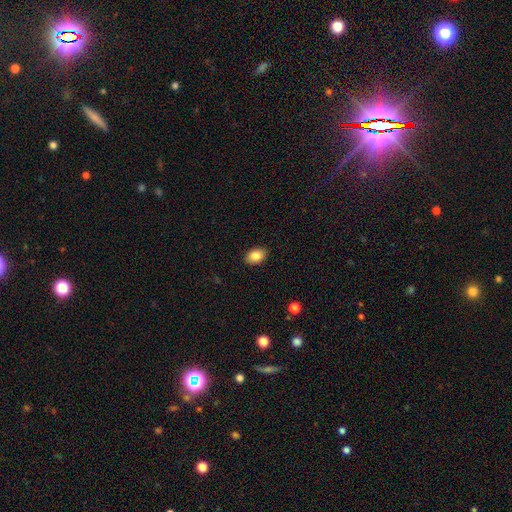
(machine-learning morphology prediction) A smooth galaxy with no disk features (86%) that is in between round and cigar-shaped (84%).

Vote fractions:
- Smooth or featured? smooth: 86% / star or artifact: 8% / featured or disk: 6%
- How rounded? in between: 84% / round: 15% / cigar-shaped: 1%
- Merging? none: 89% / minor disturbance: 8% / major disturbance: 2% / merger: 1%